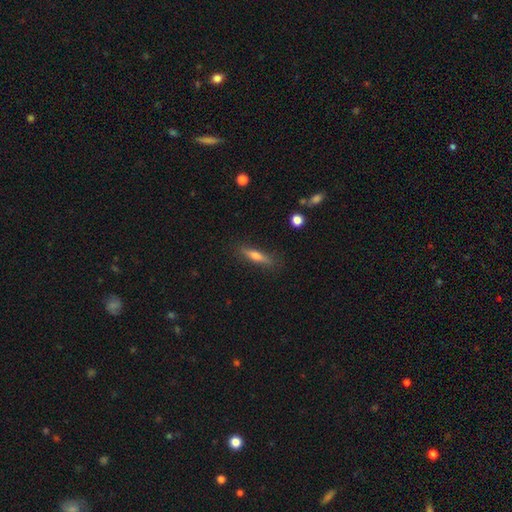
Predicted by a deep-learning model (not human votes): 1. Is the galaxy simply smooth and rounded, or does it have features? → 55% smooth, 38% featured or disk, 7% star or artifact.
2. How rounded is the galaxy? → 81% cigar-shaped, 16% in between, 2% round.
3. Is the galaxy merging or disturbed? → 83% none, 12% minor disturbance, 3% major disturbance, 2% merger.